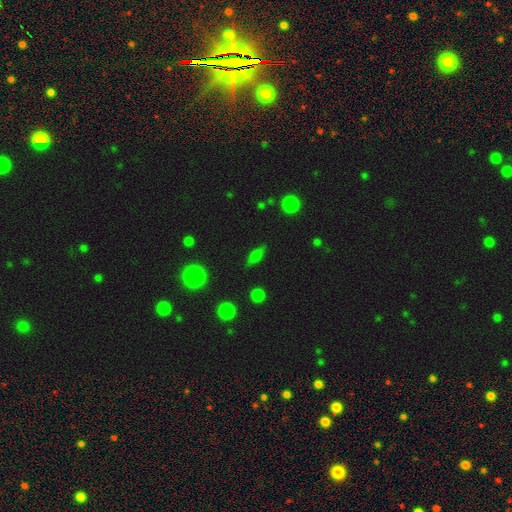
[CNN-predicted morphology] smooth 61%, featured or disk 27%, star or artifact 11%. Down the decision tree: how rounded — in between (63%); merging — none (81%).